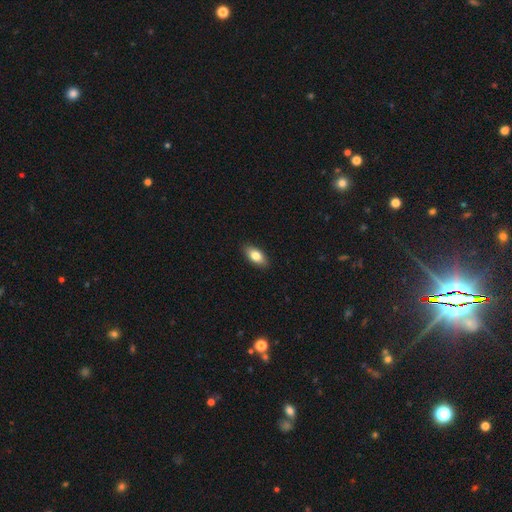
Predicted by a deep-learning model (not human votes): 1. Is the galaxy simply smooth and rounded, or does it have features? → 80% smooth, 13% featured or disk, 7% star or artifact.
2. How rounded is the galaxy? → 89% in between, 7% cigar-shaped, 4% round.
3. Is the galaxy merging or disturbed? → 89% none, 8% minor disturbance, 2% major disturbance, 1% merger.